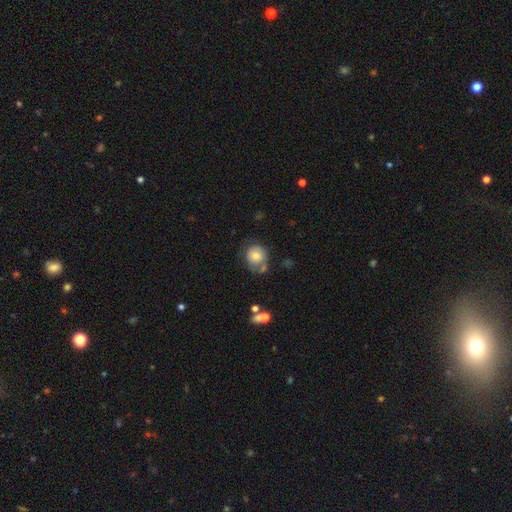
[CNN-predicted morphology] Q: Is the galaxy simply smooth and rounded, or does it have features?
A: smooth — 72%.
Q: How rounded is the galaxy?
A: round — 76%.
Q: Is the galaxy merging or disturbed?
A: none — 49%.